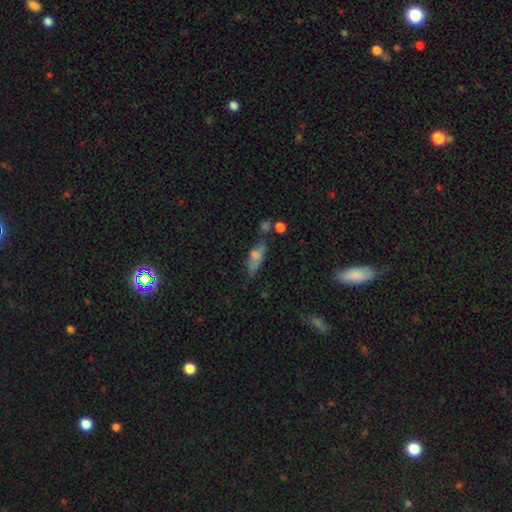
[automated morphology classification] The model was most divided on "how rounded": cigar-shaped: 51%, in between: 45%, round: 5%. More confident: smooth or featured — smooth (57%); merging — none (55%).